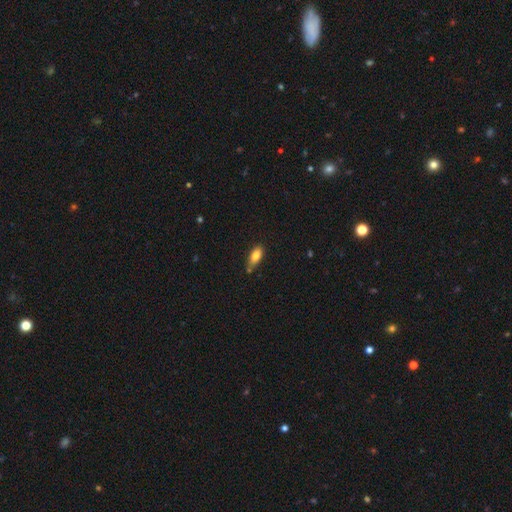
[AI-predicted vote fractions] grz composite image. It shows a smooth galaxy with no disk features (82%) that is in between round and cigar-shaped (82%). Merging: none (64%).